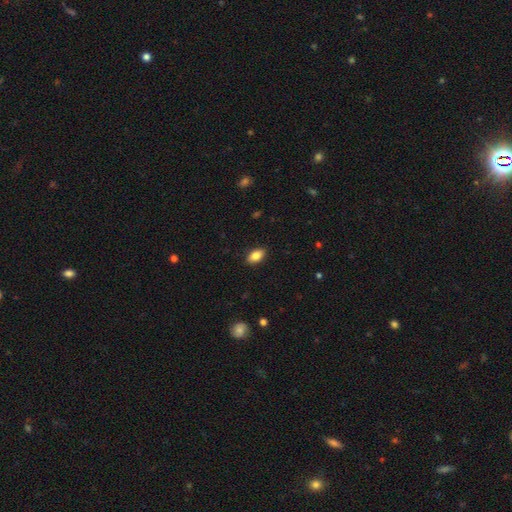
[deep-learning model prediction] smooth-or-featured: smooth: 85% | star or artifact: 8% | featured or disk: 7%
  how-rounded: in between: 91% | round: 6% | cigar-shaped: 3%
  merging: none: 89% | minor disturbance: 8% | major disturbance: 2% | merger: 1%